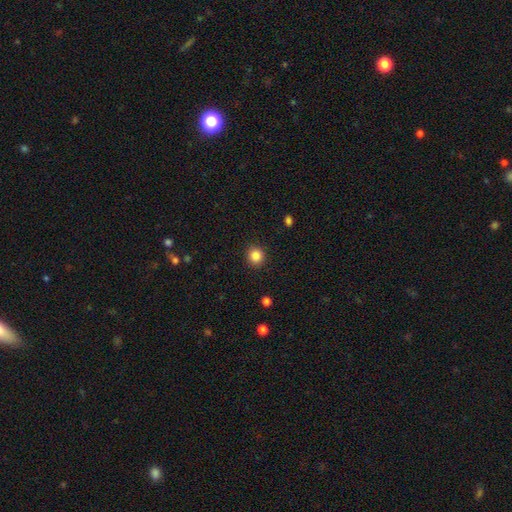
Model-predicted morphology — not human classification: This appears to be a smooth galaxy with no disk features (86%) that is round (90%). Merging: none (91%).